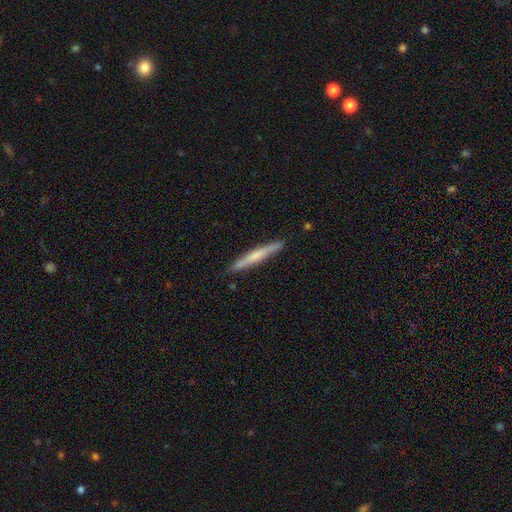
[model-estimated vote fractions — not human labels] This appears to be a smooth galaxy with no disk features (48%). Merging: none (89%).